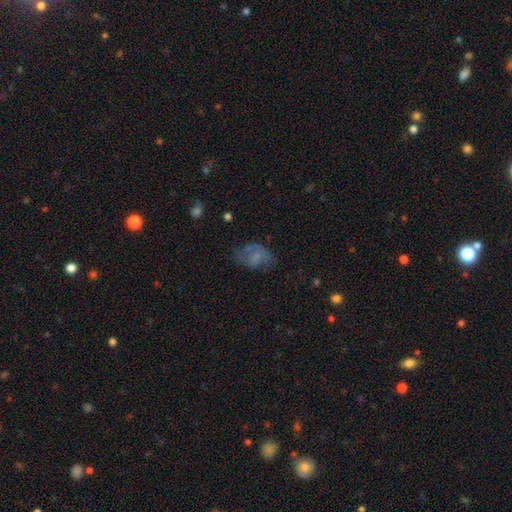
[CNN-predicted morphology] This is possibly a smooth galaxy (49%). Merging: marginally none (45%).